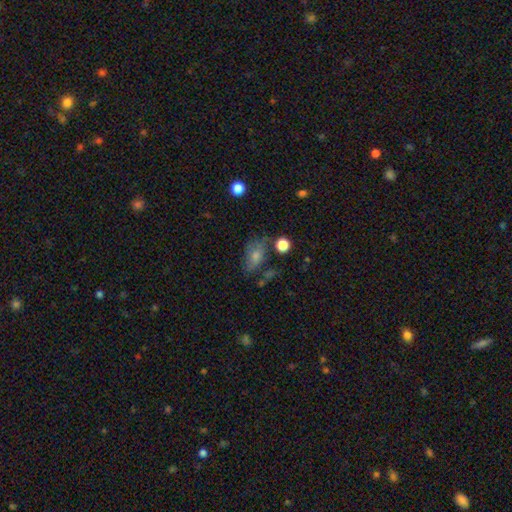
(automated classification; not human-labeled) smooth 50%, featured or disk 31%, star or artifact 19%. Down the decision tree: how rounded — in between (80%); merging — none (58%).